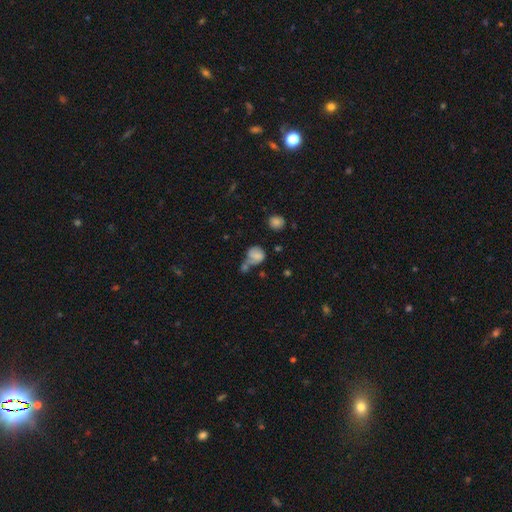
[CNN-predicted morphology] A smooth galaxy with no disk features (70%) that is round (56%).

Vote fractions:
- Smooth or featured? smooth: 70% / featured or disk: 18% / star or artifact: 12%
- How rounded? round: 56% / in between: 42% / cigar-shaped: 2%
- Merging? merger: 35% / none: 32% / minor disturbance: 19% / major disturbance: 14%